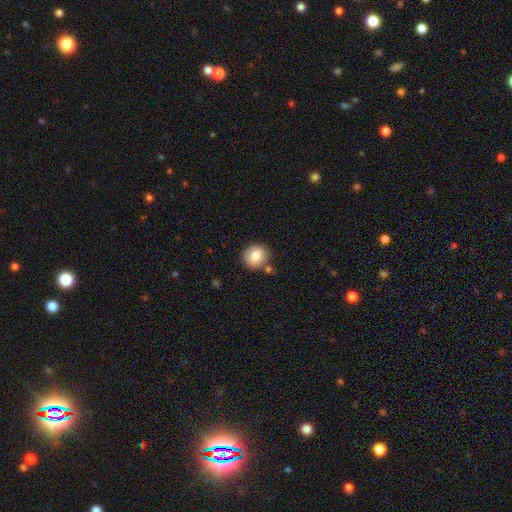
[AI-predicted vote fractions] Morphology: type=smooth (84%); roundness=round (80%); merging=none (76%).